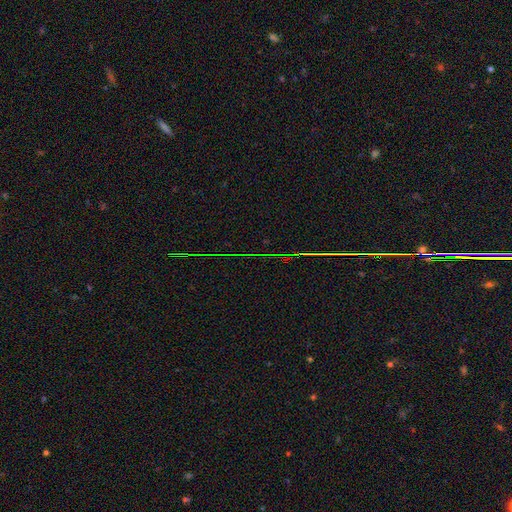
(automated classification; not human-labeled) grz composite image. It shows a star or artifact, not a galaxy (84%).